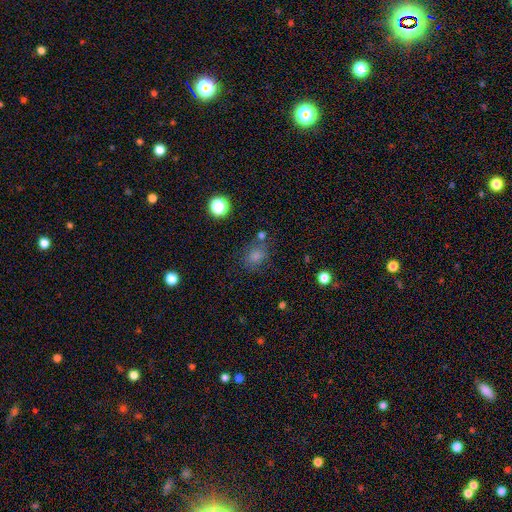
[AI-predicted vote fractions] This appears to be a smooth galaxy with no disk features (70%) that is round (57%). Merging: none (74%).